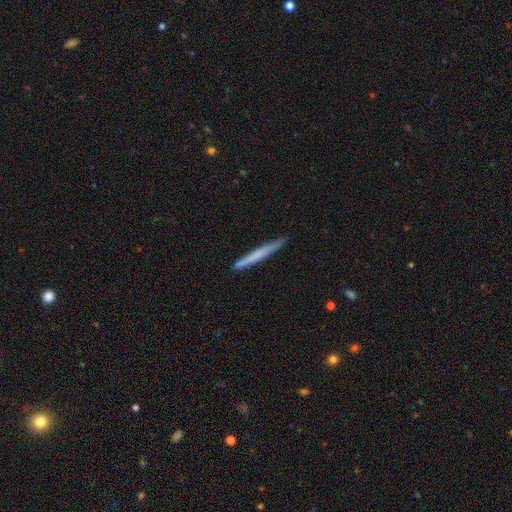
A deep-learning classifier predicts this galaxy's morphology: Smooth or featured? smooth (56%)
How rounded? cigar-shaped (97%)
Merging? none (89%)